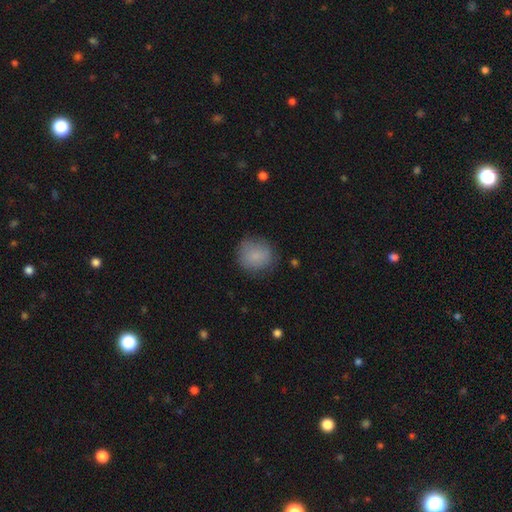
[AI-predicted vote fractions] Smooth or featured?
  - smooth: 83% *
  - star or artifact: 9%
  - featured or disk: 8%
How rounded?
  - round: 86% *
  - in between: 13%
  - cigar-shaped: 1%
Merging?
  - none: 77% *
  - minor disturbance: 17%
  - major disturbance: 5%
  - merger: 1%